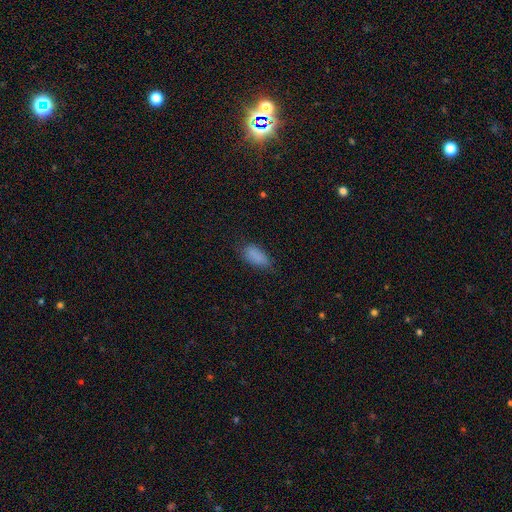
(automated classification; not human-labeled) Smooth or featured?
  - smooth: 85% *
  - star or artifact: 9%
  - featured or disk: 5%
How rounded?
  - in between: 89% *
  - cigar-shaped: 8%
  - round: 3%
Merging?
  - none: 69% *
  - minor disturbance: 24%
  - major disturbance: 6%
  - merger: 1%